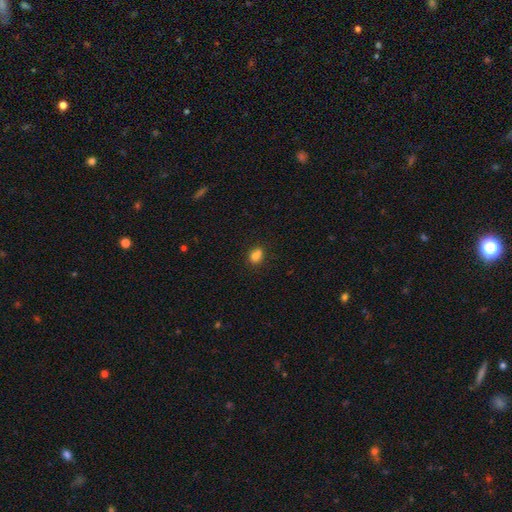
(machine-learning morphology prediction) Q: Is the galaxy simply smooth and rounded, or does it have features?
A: smooth — 77%.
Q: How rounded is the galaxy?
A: round — 55%.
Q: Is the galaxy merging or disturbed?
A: none — 51%.